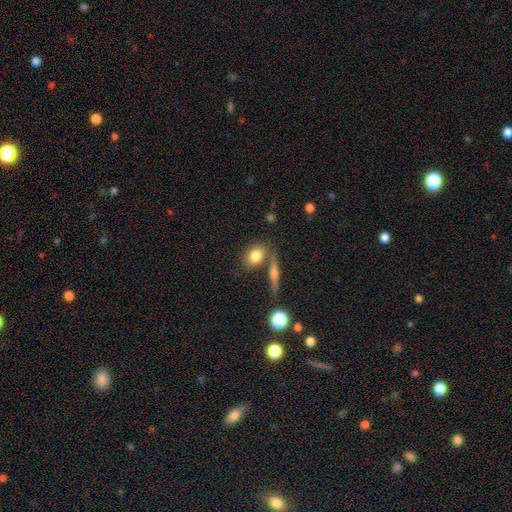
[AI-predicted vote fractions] Smooth or featured? smooth (79%)
How rounded? in between (53%)
Merging? none (66%)